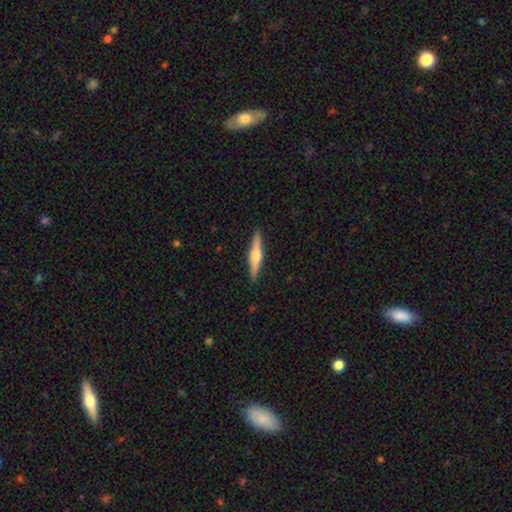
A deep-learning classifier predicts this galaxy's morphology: A featured or disk galaxy (67%) viewed edge-on (98%) with a rounded central bulge (91%).

Vote fractions:
- Smooth or featured? featured or disk: 67% / smooth: 27% / star or artifact: 6%
- Edge-on disk? yes: 98% / no: 2%
- Edge-on bulge? rounded: 91% / boxy: 6% / none: 3%
- Merging? none: 91% / minor disturbance: 6% / major disturbance: 1% / merger: 1%